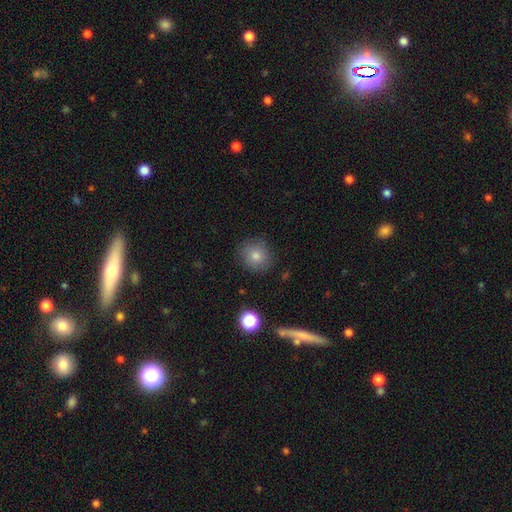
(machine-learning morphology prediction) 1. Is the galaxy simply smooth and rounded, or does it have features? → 79% smooth, 12% star or artifact, 10% featured or disk.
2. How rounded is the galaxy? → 89% round, 10% in between, 1% cigar-shaped.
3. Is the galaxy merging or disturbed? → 87% none, 9% minor disturbance, 2% major disturbance, 2% merger.